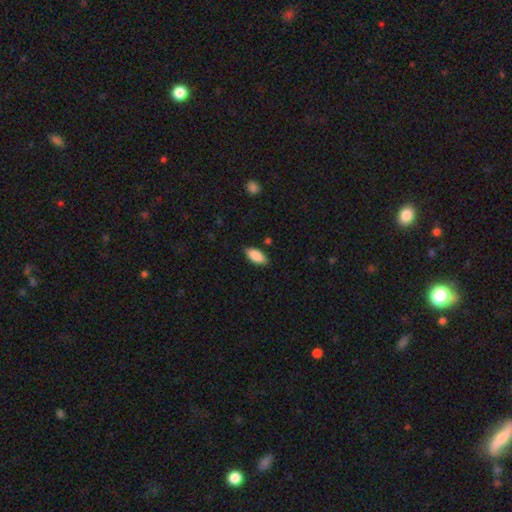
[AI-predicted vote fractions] smooth-or-featured: smooth: 87% | star or artifact: 6% | featured or disk: 6%
  how-rounded: in between: 89% | cigar-shaped: 9% | round: 2%
  merging: none: 84% | minor disturbance: 12% | major disturbance: 2% | merger: 1%